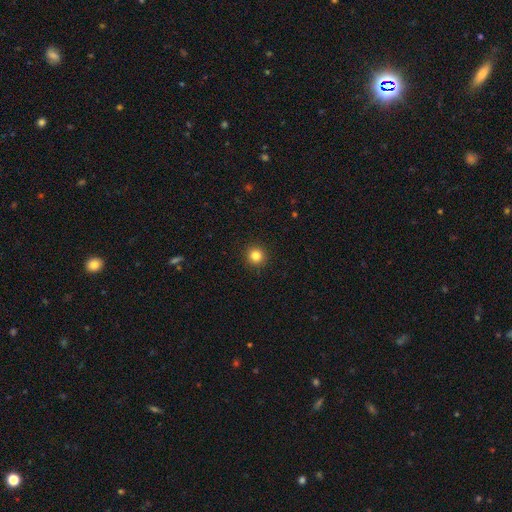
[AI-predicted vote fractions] Morphology: type=smooth (83%); roundness=round (95%); merging=none (93%).